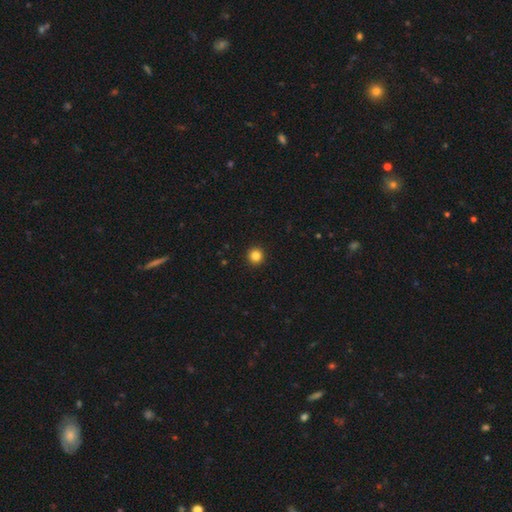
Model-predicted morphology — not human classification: Smooth or featured? smooth (85%)
How rounded? round (96%)
Merging? none (94%)